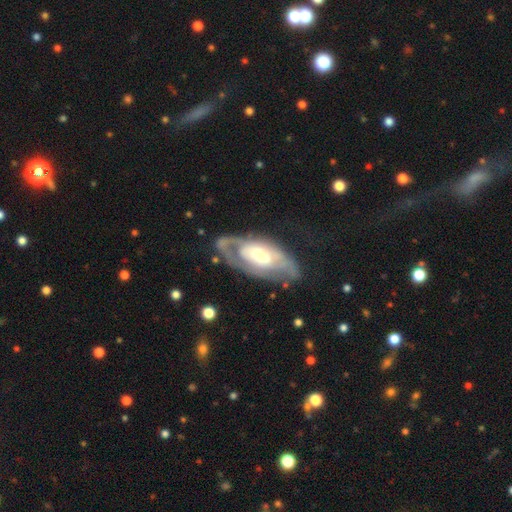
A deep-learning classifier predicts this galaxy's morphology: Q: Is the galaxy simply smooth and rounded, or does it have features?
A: featured or disk — 73%.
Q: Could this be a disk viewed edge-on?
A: no — 89%.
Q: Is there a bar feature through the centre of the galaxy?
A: no — 59%.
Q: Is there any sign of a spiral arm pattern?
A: yes — 68%.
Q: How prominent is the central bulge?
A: moderate — 52%.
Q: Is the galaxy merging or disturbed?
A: none — 56%.